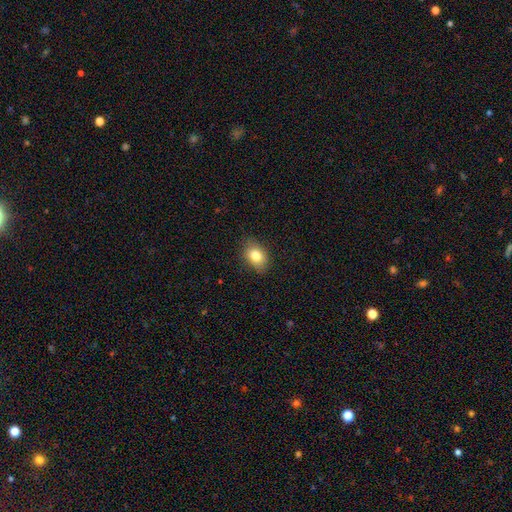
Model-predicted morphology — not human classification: Smooth or featured?
  - smooth: 80% *
  - featured or disk: 10%
  - star or artifact: 9%
How rounded?
  - in between: 76% *
  - round: 23%
  - cigar-shaped: 1%
Merging?
  - none: 83% *
  - minor disturbance: 13%
  - major disturbance: 3%
  - merger: 1%